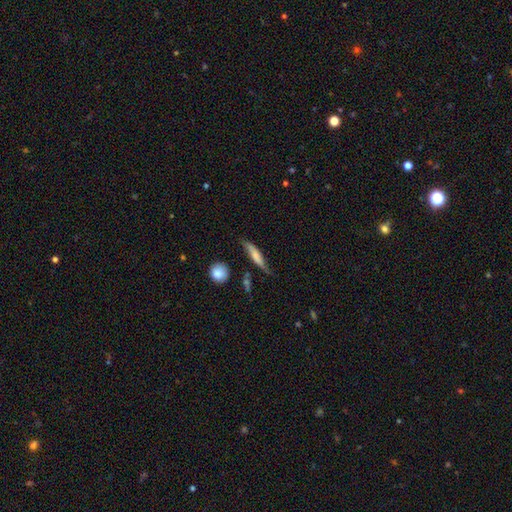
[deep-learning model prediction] smooth 58%, featured or disk 36%, star or artifact 7%. Down the decision tree: how rounded — cigar-shaped (74%); merging — none (62%).